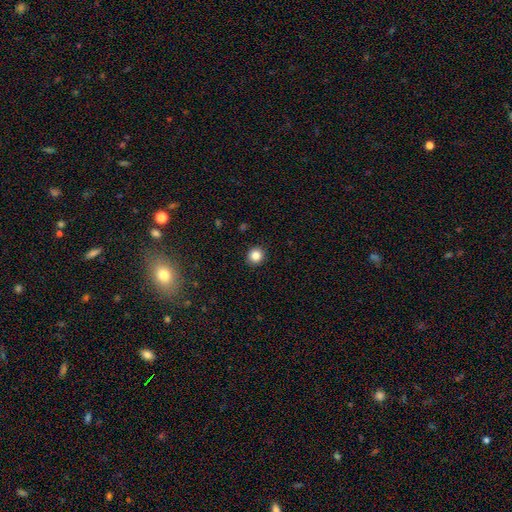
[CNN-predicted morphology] This appears to be a smooth galaxy with no disk features (84%) that is round (88%). Merging: none (92%).